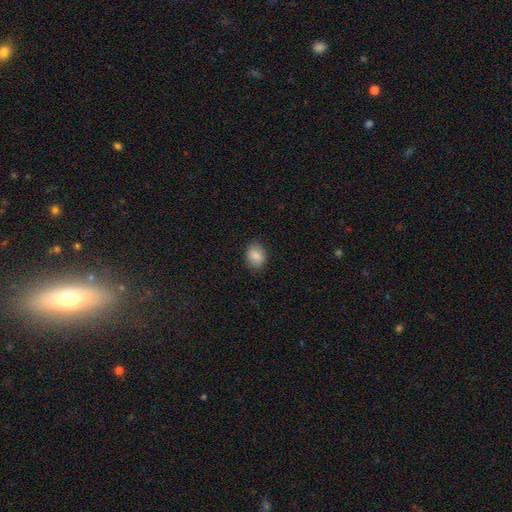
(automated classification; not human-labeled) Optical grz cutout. It shows a smooth galaxy with no disk features (85%) that is in between round and cigar-shaped (58%). Merging: none (85%).